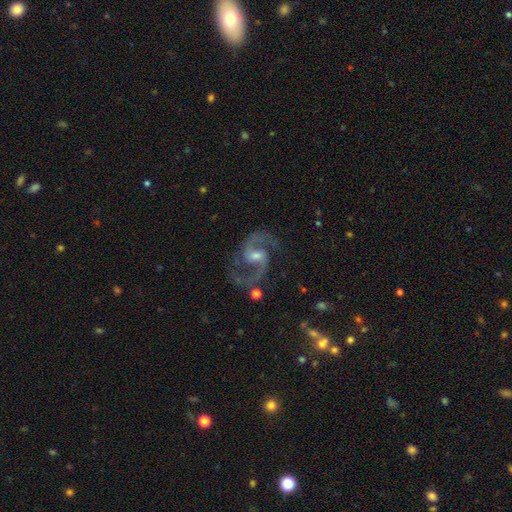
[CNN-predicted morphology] featured or disk 92%, star or artifact 5%, smooth 3%. Down the decision tree: edge-on disk — no (98%); bar — weak (50%); spiral arms — yes (98%); spiral arm count — 2 (94%); spiral winding — medium (63%); bulge size — moderate (52%); merging — none (76%).